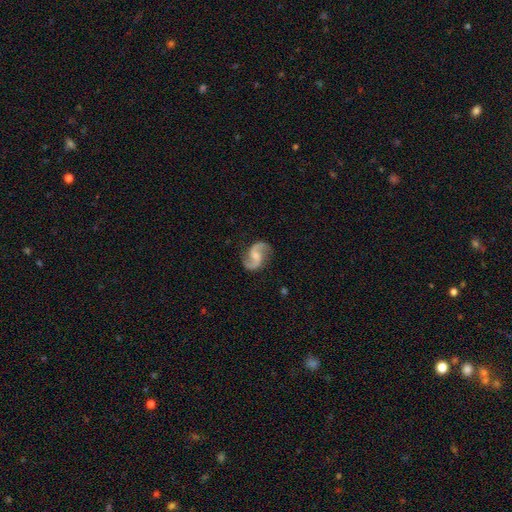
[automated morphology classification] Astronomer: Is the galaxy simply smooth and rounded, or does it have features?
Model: featured or disk — 91%.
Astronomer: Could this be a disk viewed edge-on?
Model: no — 98%.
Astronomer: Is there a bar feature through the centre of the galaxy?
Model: no — 46% (runner-up: weak, 43%).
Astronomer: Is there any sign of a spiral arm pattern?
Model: yes — 98%.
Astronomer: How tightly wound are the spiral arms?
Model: loose — 47% (runner-up: medium, 44%).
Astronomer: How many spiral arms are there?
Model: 2 — 95%.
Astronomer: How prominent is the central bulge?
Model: small — 35% (runner-up: moderate, 34%).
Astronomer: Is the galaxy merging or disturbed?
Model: none — 84%.